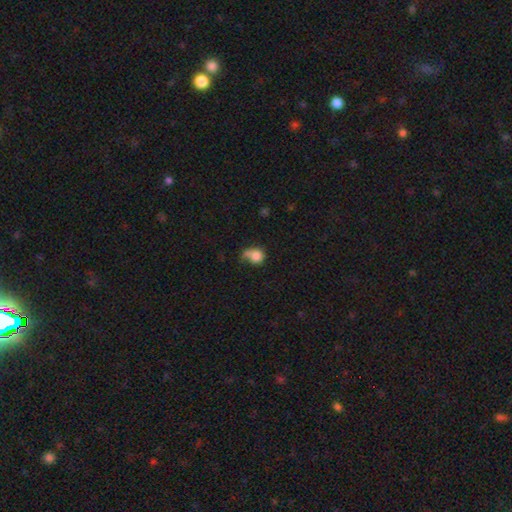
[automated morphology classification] The model was most divided on "merging": none: 35%, minor disturbance: 23%, merger: 22%, major disturbance: 20%. More confident: smooth or featured — smooth (79%); how rounded — round (75%).